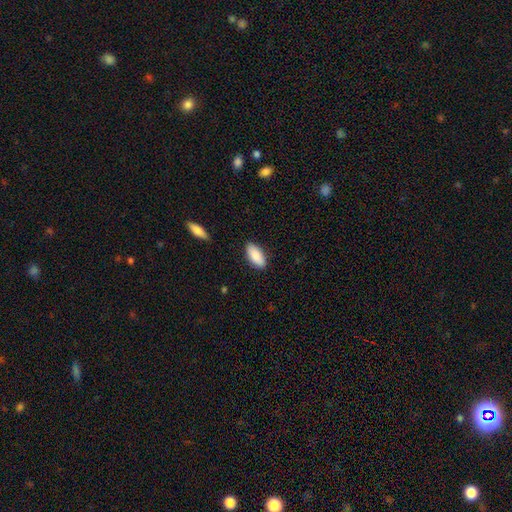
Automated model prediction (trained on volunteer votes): smooth-or-featured: smooth: 88% | star or artifact: 6% | featured or disk: 6%
  how-rounded: in between: 89% | cigar-shaped: 9% | round: 2%
  merging: none: 86% | minor disturbance: 10% | major disturbance: 2% | merger: 1%